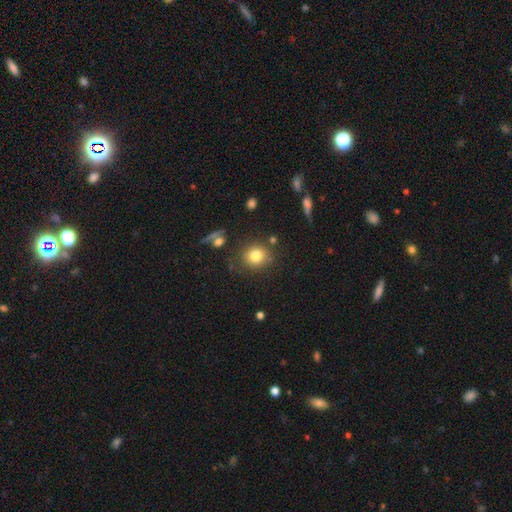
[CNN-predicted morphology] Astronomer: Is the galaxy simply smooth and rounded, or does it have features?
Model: smooth — 80%.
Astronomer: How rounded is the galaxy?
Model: round — 82%.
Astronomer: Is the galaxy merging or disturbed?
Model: none — 82%.